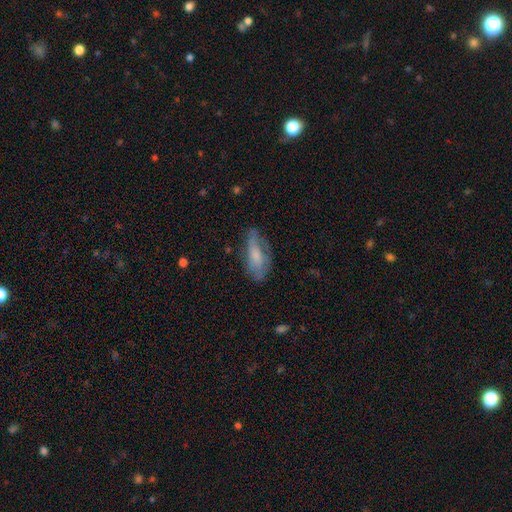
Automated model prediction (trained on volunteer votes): smooth 58%, featured or disk 34%, star or artifact 8%. Down the decision tree: how rounded — in between (75%); merging — none (55%).